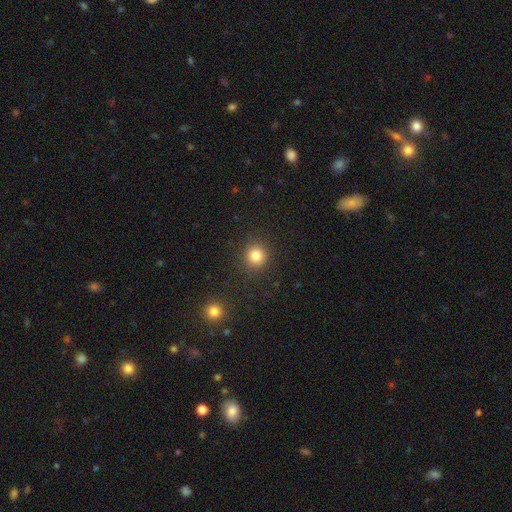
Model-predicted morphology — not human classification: A smooth galaxy with no disk features (81%) that is round (91%). Merging: none (90%).